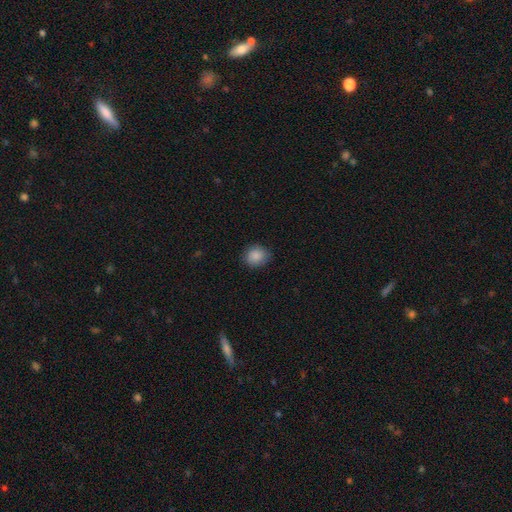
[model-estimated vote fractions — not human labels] Smooth or featured? Predicted: smooth (p=0.88). How rounded? Predicted: round (p=0.77). Merging? Predicted: none (p=0.85).